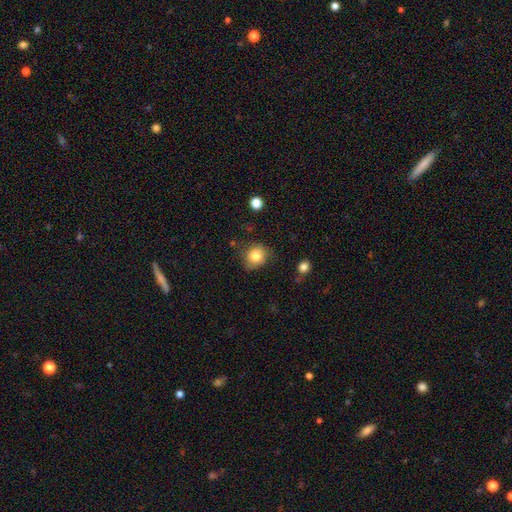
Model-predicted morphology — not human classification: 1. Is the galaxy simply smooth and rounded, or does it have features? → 81% smooth, 10% star or artifact, 8% featured or disk.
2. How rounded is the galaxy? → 81% round, 18% in between, 1% cigar-shaped.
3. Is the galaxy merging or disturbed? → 75% none, 19% minor disturbance, 4% major disturbance, 2% merger.